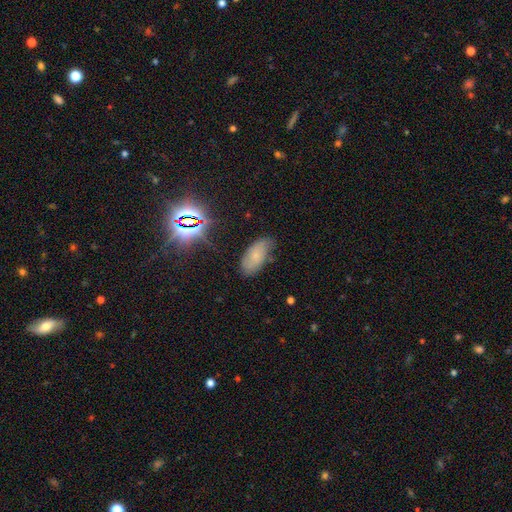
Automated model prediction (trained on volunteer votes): smooth 53%, featured or disk 28%, star or artifact 19%. Down the decision tree: how rounded — in between (91%); merging — none (69%).